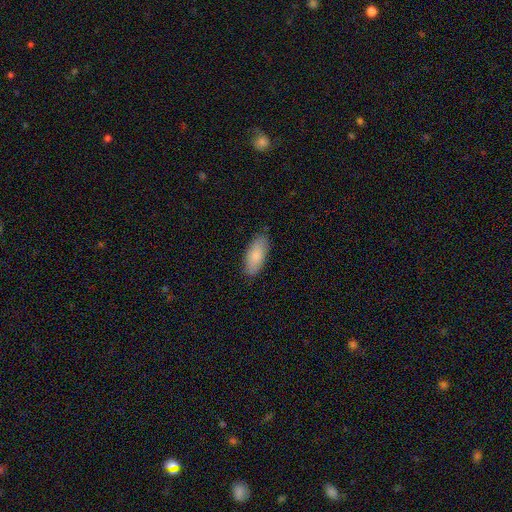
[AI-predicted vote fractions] This is clearly a smooth galaxy (82%). How rounded: clearly in between (87%). Merging: clearly none (84%).